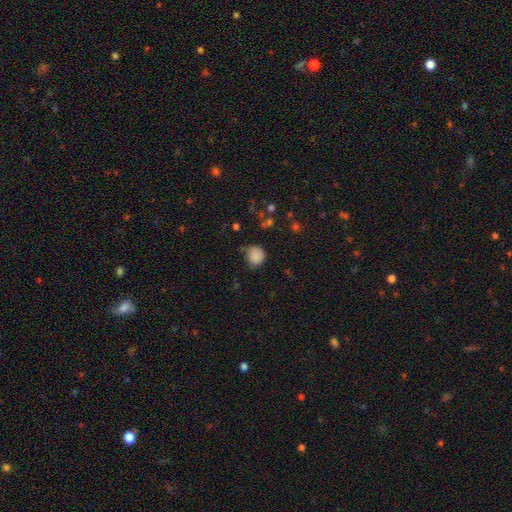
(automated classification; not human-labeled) smooth_or_featured: smooth (p=0.85) [alt: star or artifact p=0.10]
how_rounded: round (p=0.81) [alt: in between p=0.18]
merging: none (p=0.68) [alt: minor disturbance p=0.24]